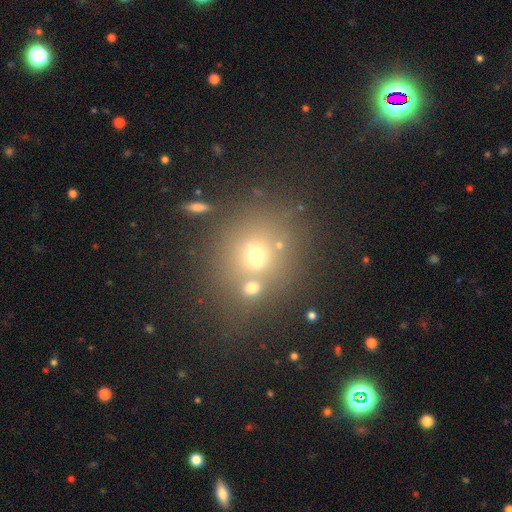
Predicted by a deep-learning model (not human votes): Smooth or featured? smooth (54%)
How rounded? round (78%)
Merging? none (61%)